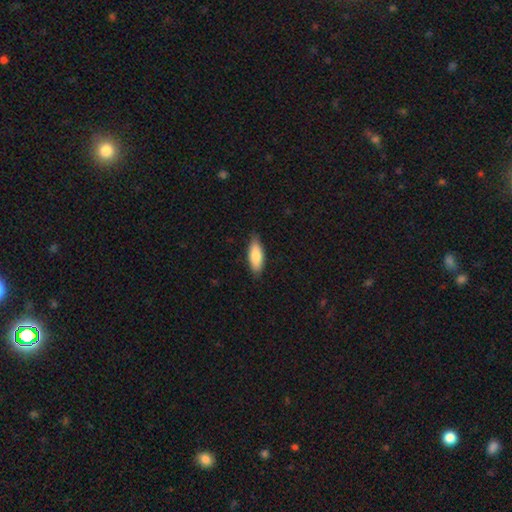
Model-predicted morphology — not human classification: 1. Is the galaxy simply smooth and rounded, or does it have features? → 82% smooth, 13% featured or disk, 6% star or artifact.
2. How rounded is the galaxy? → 68% in between, 30% cigar-shaped, 2% round.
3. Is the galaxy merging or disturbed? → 84% none, 13% minor disturbance, 2% major disturbance, 1% merger.